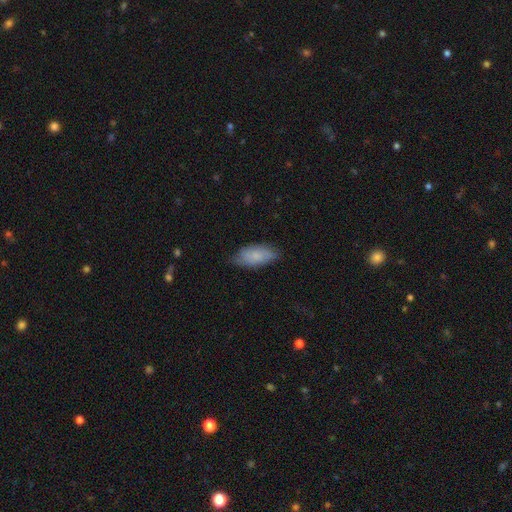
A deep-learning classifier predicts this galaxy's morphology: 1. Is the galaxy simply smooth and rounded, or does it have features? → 78% smooth, 16% featured or disk, 6% star or artifact.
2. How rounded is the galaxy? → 89% in between, 9% cigar-shaped, 2% round.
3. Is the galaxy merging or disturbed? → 72% none, 23% minor disturbance, 4% major disturbance, 1% merger.